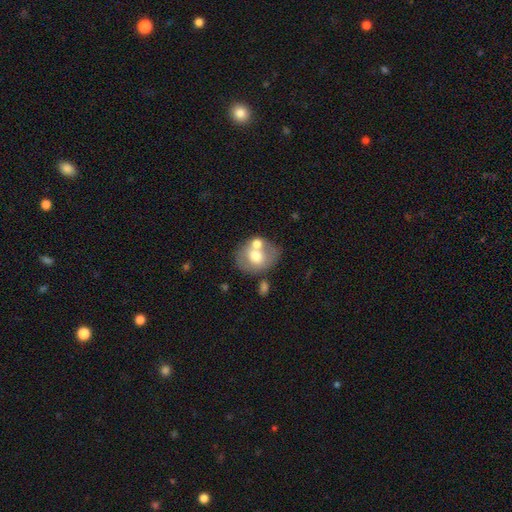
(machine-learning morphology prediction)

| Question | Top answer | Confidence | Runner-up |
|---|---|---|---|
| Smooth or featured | smooth | 59% | featured or disk (33%) |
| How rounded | round | 58% | in between (41%) |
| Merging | none | 53% | merger (26%) |